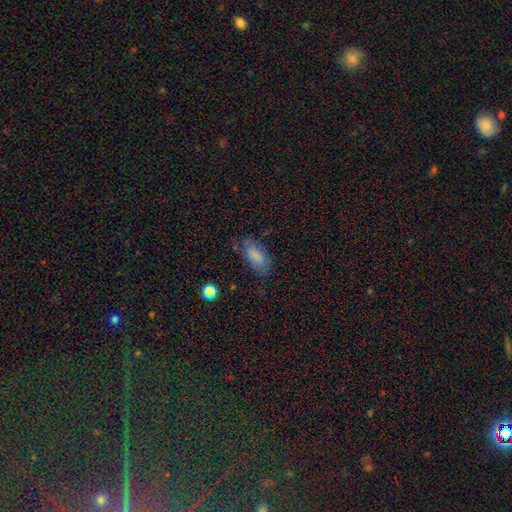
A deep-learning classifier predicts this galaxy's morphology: The model was most divided on "merging": none: 63%, minor disturbance: 25%, major disturbance: 10%, merger: 3%. More confident: how rounded — in between (88%); smooth or featured — smooth (77%).